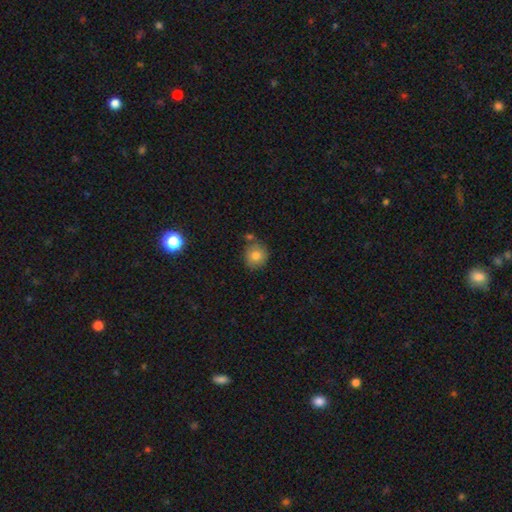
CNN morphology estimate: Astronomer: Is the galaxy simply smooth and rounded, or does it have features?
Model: smooth — 80%.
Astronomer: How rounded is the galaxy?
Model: round — 89%.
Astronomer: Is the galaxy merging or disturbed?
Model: none — 72%.